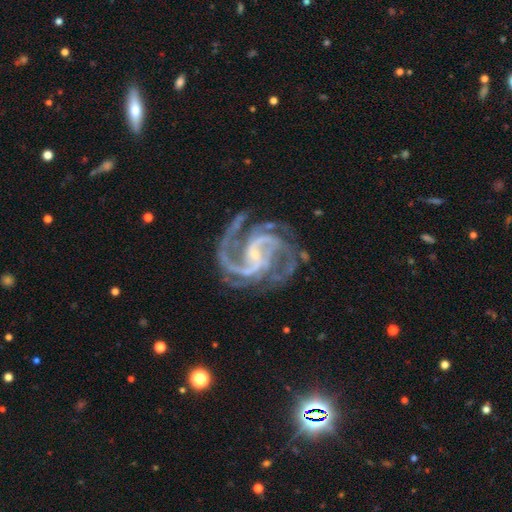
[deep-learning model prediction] smooth-or-featured: featured or disk: 94% | star or artifact: 4% | smooth: 2%
  disk-edge-on: no: 98% | yes: 2%
    bar: weak: 43% | no: 30% | strong: 27%
    has-spiral-arms: yes: 99% | no: 1%
      spiral-winding: medium: 59% | tight: 29% | loose: 12%
      spiral-arm-count: 2: 48% | 3: 24% | 4: 8% | can't tell: 8% | 1: 6% | more than 4: 6%
    bulge-size: small: 77% | moderate: 13% | none: 8% | large: 1% | dominant: 1%
  merging: none: 69% | minor disturbance: 16% | major disturbance: 13% | merger: 2%